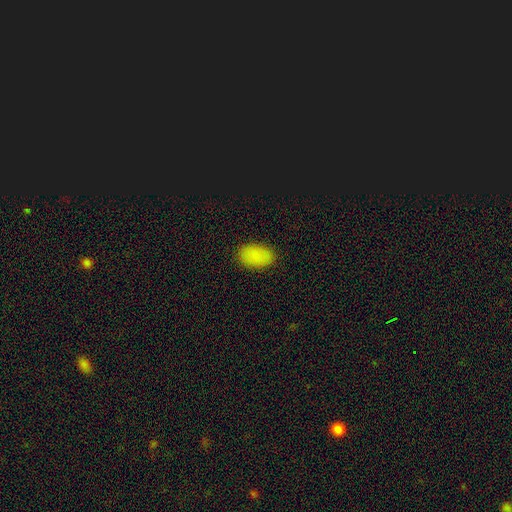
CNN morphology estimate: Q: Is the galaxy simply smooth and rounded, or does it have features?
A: smooth — 86%.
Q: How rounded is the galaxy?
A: in between — 93%.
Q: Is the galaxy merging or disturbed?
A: none — 87%.